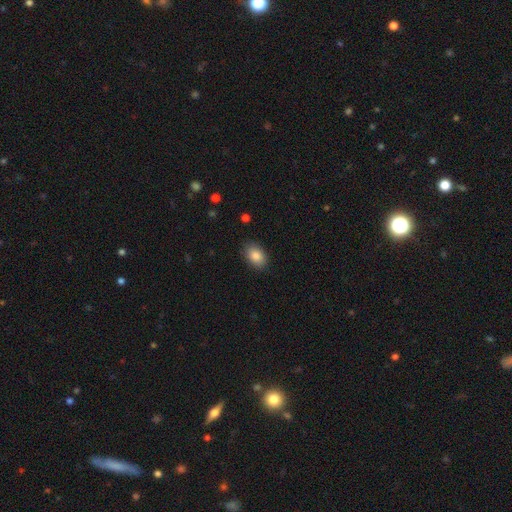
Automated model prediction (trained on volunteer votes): Smooth or featured? smooth (86%)
How rounded? in between (85%)
Merging? none (87%)